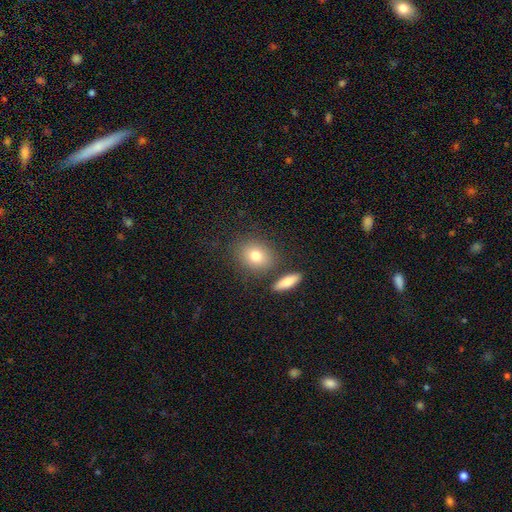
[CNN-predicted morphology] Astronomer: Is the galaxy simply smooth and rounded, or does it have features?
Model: smooth — 78%.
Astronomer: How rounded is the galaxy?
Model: round — 57% (runner-up: in between, 41%).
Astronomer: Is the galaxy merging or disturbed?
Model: none — 76%.